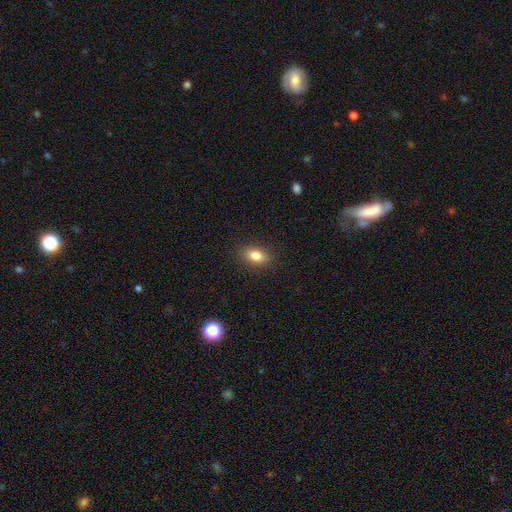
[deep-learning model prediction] The model was most divided on "how rounded": in between: 82%, round: 13%, cigar-shaped: 5%. More confident: merging — none (88%); smooth or featured — smooth (82%).